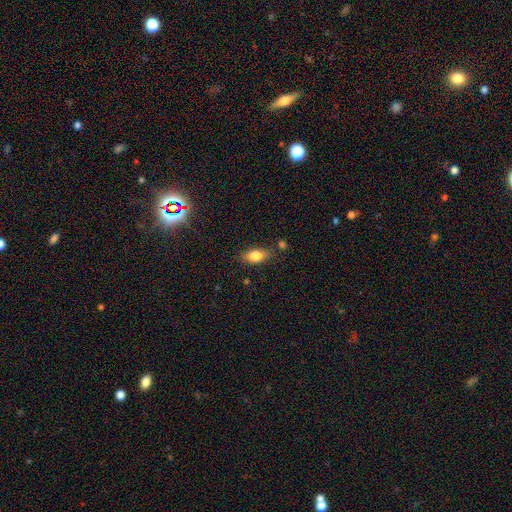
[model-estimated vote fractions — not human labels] Q: Smooth or featured?
A: smooth (80%); runner-up: featured or disk (11%)
Q: How rounded?
A: in between (85%); runner-up: round (8%)
Q: Merging?
A: none (76%); runner-up: minor disturbance (16%)